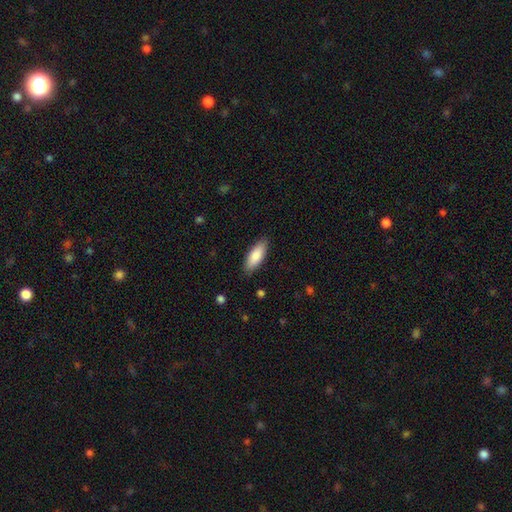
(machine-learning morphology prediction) smooth 85%, featured or disk 10%, star or artifact 6%. Down the decision tree: how rounded — in between (71%); merging — none (87%).